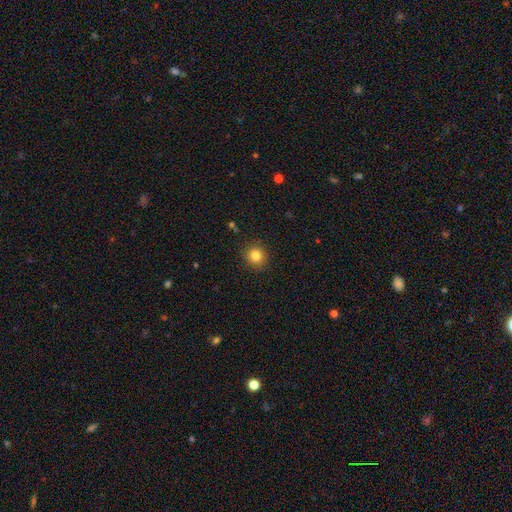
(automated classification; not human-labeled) Smooth or featured: smooth — 83% (star or artifact — 12%)
How rounded: round — 87% (in between — 12%)
Merging: none — 90% (minor disturbance — 7%)